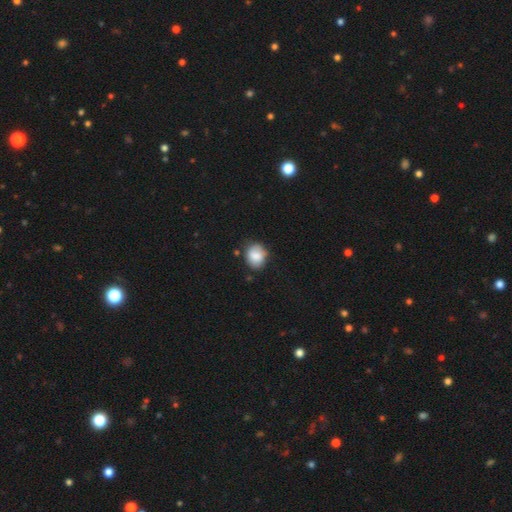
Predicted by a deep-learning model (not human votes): Morphology: type=smooth (83%); roundness=round (62%); merging=none (72%).